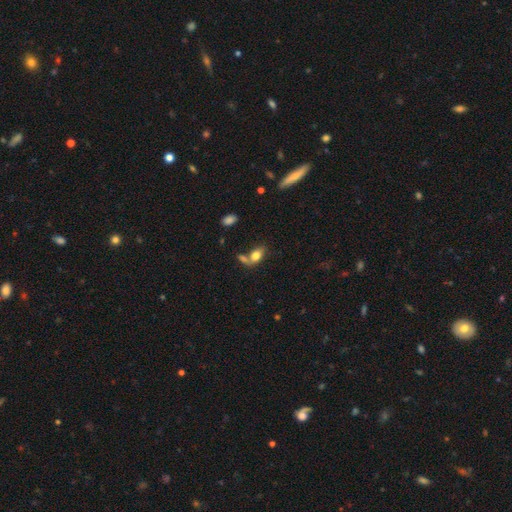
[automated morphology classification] Q: Smooth or featured?
A: smooth (78%); runner-up: featured or disk (14%)
Q: How rounded?
A: in between (87%); runner-up: round (9%)
Q: Merging?
A: none (42%); runner-up: merger (38%)